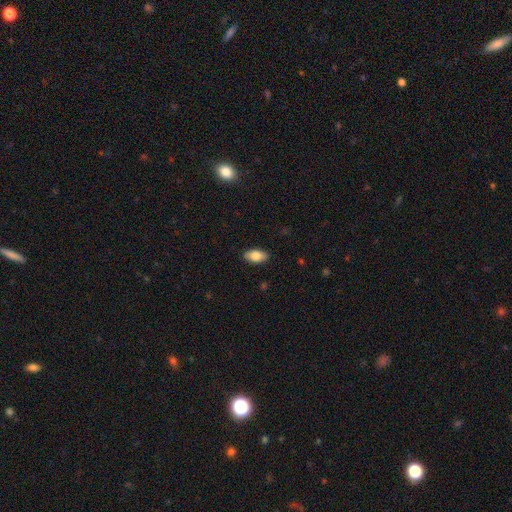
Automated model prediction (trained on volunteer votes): The model was most divided on "smooth or featured": smooth: 80%, featured or disk: 13%, star or artifact: 7%. More confident: how rounded — in between (92%); merging — none (88%).